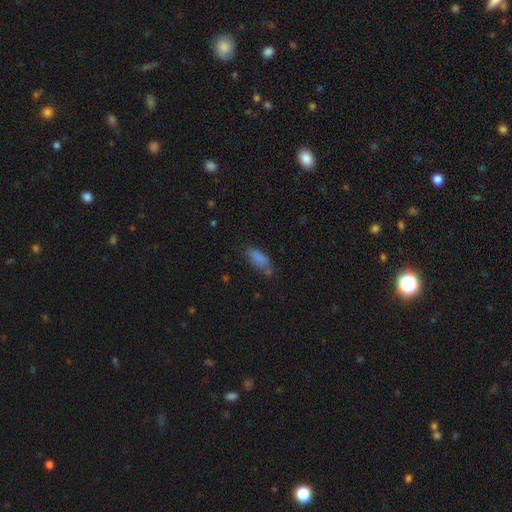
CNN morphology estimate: A smooth galaxy with no disk features (79%) that is in between round and cigar-shaped (74%). Merging: none (67%).